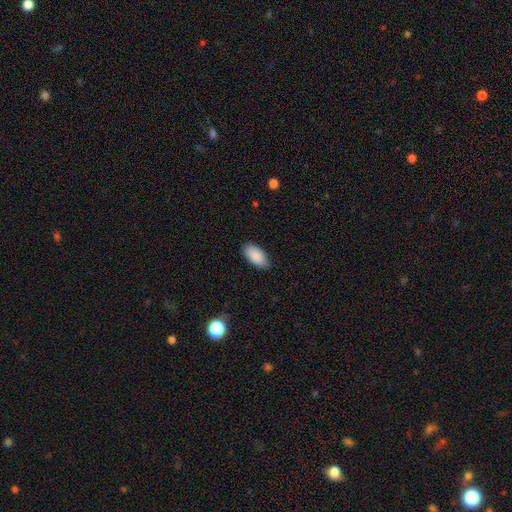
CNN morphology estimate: The model was most divided on "merging": none: 86%, minor disturbance: 11%, major disturbance: 2%, merger: 1%. More confident: how rounded — in between (94%); smooth or featured — smooth (90%).